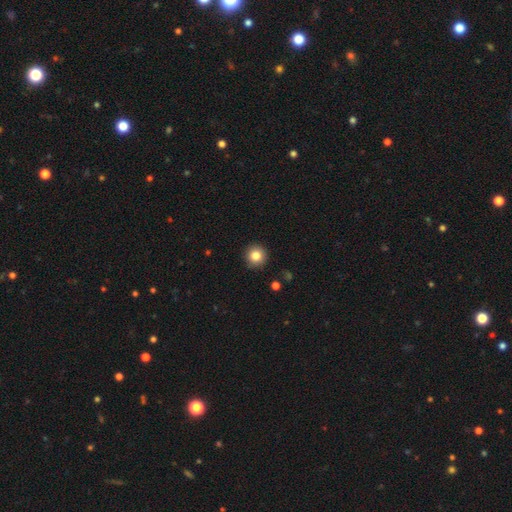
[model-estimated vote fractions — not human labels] smooth_or_featured: smooth (p=0.84) [alt: star or artifact p=0.10]
how_rounded: round (p=0.95) [alt: in between p=0.04]
merging: none (p=0.92) [alt: minor disturbance p=0.05]